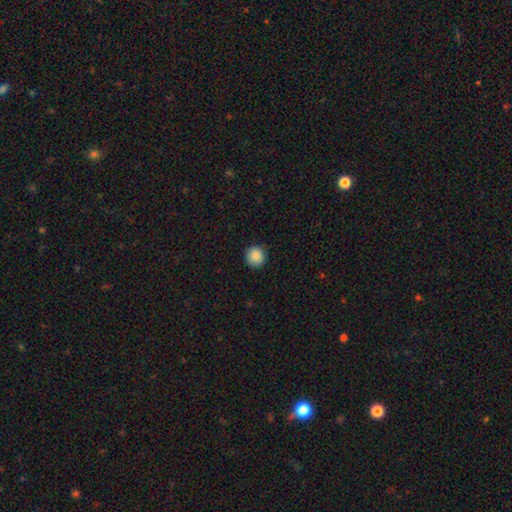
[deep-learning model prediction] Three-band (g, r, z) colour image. It shows a smooth galaxy with no disk features (86%) that is round (94%). Merging: none (90%).